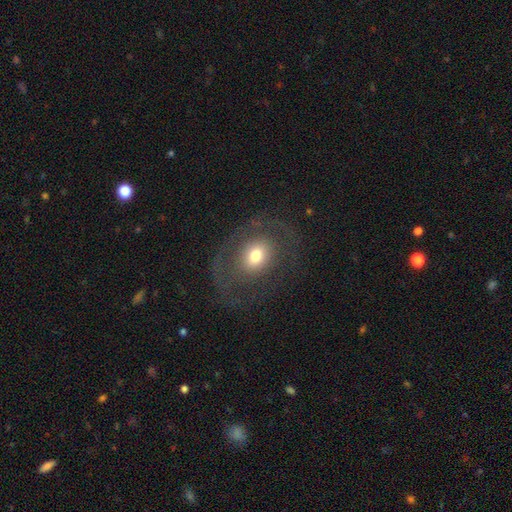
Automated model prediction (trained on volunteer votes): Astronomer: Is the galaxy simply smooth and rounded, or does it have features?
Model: smooth — 46% (runner-up: featured or disk, 44%).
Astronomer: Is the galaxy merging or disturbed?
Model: none — 63%.